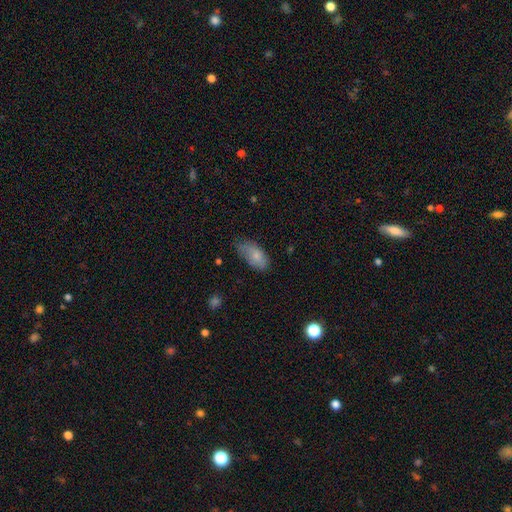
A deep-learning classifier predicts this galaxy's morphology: Q: Smooth or featured?
A: smooth (79%); runner-up: featured or disk (14%)
Q: How rounded?
A: in between (92%); runner-up: cigar-shaped (5%)
Q: Merging?
A: none (54%); runner-up: minor disturbance (36%)